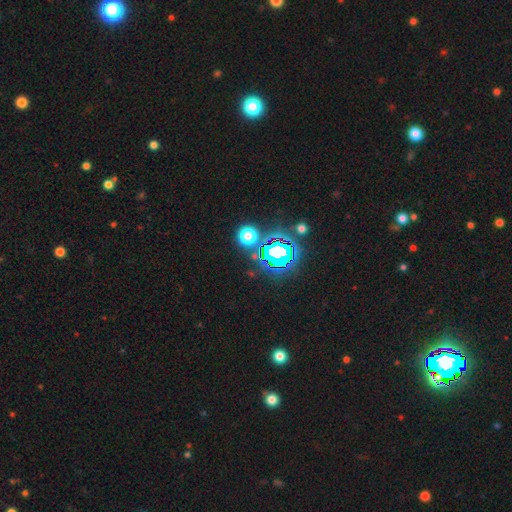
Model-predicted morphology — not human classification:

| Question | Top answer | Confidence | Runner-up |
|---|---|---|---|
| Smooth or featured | star or artifact | 70% | smooth (20%) |